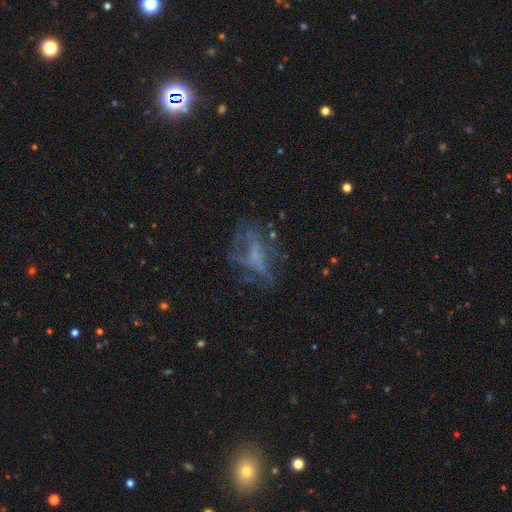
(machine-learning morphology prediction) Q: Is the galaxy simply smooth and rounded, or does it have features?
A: featured or disk — 55%.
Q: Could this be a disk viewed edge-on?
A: no — 90%.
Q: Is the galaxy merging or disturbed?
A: none — 47%.